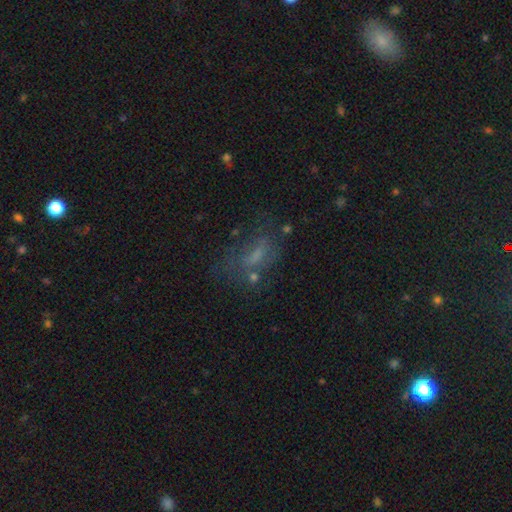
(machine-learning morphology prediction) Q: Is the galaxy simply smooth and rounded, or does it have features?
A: smooth — 44%.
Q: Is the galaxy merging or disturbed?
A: none — 48%.